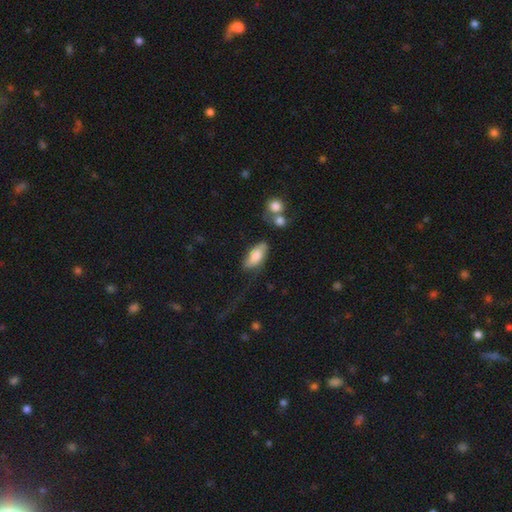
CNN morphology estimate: Smooth or featured? smooth (69%)
How rounded? in between (86%)
Merging? none (56%)